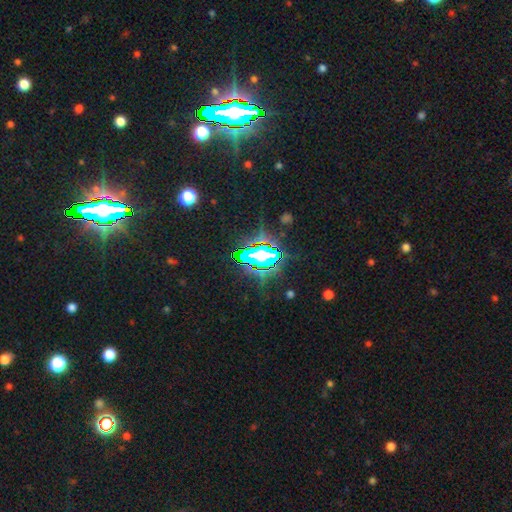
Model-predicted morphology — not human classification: Smooth or featured? star or artifact (72%)